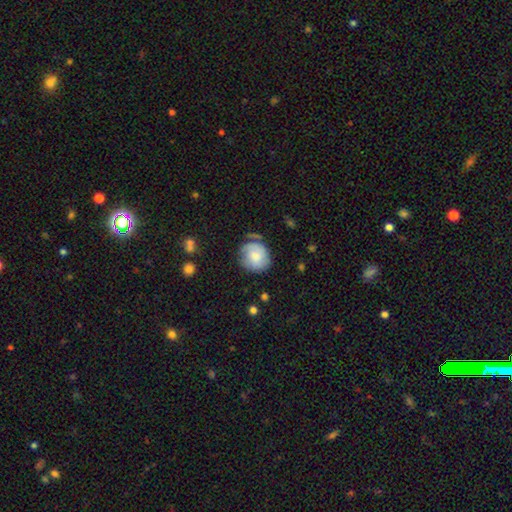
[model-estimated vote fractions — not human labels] Overall: smooth (67%). How rounded: round (82%). Merging: none (63%; minor disturbance 25%).